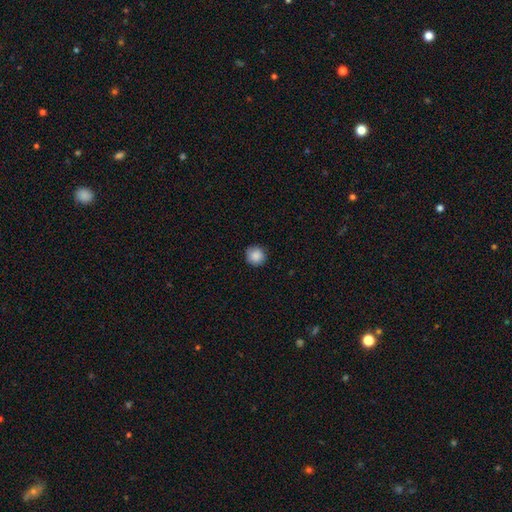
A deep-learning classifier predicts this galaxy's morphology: smooth_or_featured: smooth (p=0.88) [alt: star or artifact p=0.09]
how_rounded: round (p=0.95) [alt: in between p=0.04]
merging: none (p=0.90) [alt: minor disturbance p=0.07]